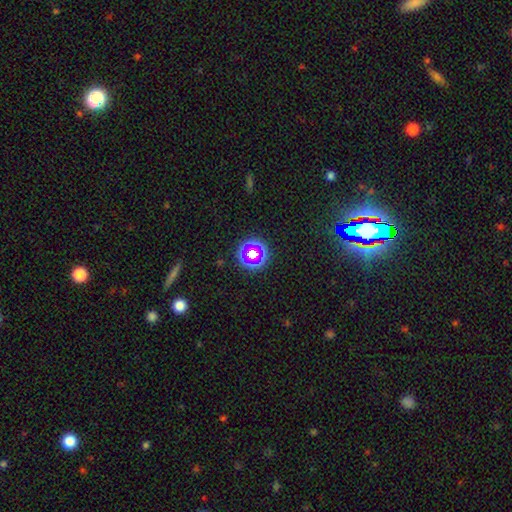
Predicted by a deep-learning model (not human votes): Smooth or featured?
  - star or artifact: 49% *
  - smooth: 35%
  - featured or disk: 16%